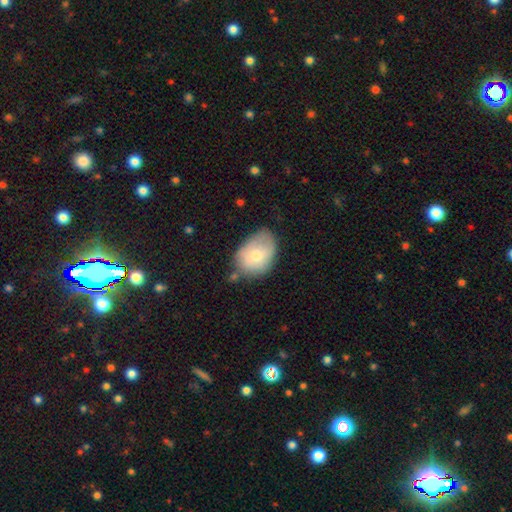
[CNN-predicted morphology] Overall: smooth (70%). How rounded: in between (78%). Merging: none (54%; minor disturbance 32%).